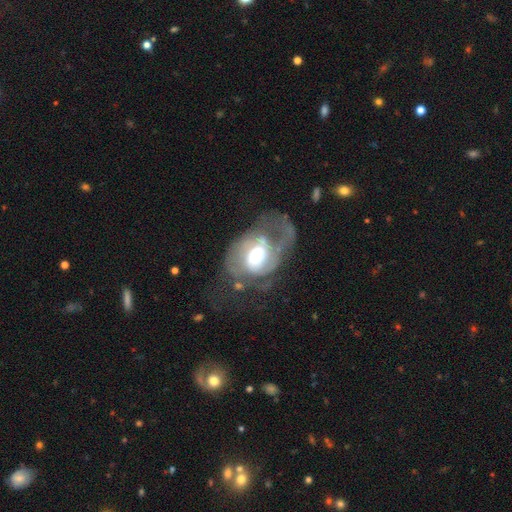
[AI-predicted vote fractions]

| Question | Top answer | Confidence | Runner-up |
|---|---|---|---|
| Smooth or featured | featured or disk | 70% | smooth (23%) |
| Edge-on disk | no | 97% | yes (3%) |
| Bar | no | 51% | weak (37%) |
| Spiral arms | yes | 74% | no (26%) |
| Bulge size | moderate | 51% | large (36%) |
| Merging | major disturbance | 51% | none (26%) |